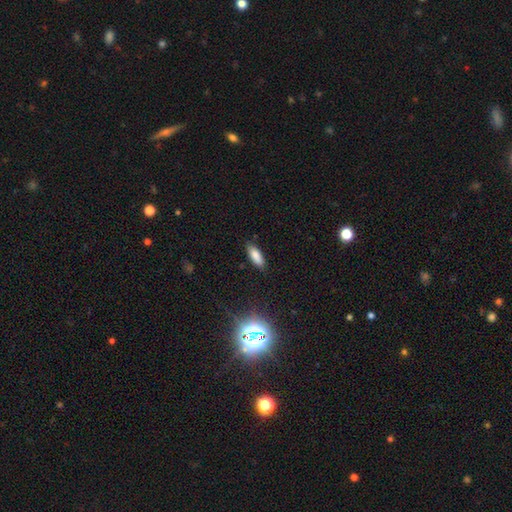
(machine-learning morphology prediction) Smooth or featured: smooth — 82% (star or artifact — 10%)
How rounded: in between — 66% (cigar-shaped — 32%)
Merging: none — 85% (minor disturbance — 11%)